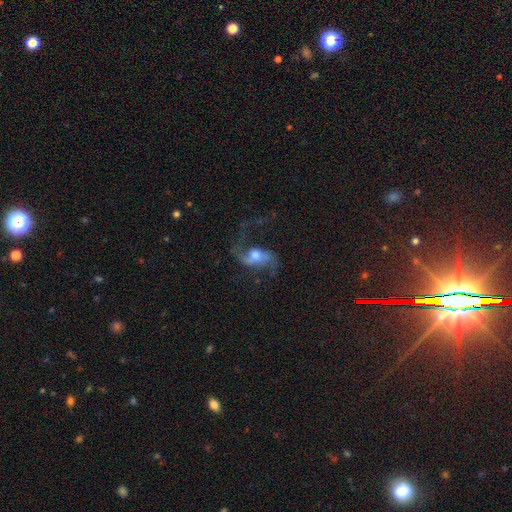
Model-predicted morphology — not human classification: smooth-or-featured: featured or disk: 81% | smooth: 12% | star or artifact: 7%
  disk-edge-on: no: 95% | yes: 5%
    bar: weak: 40% (tied) | no: 40% (tied) | strong: 20%
    has-spiral-arms: yes: 93% | no: 7%
      spiral-winding: loose: 76% | medium: 20% | tight: 4%
      spiral-arm-count: 2: 88% | 1: 6% | can't tell: 3% | 3: 2% | 4: 1% | more than 4: 1%
    bulge-size: moderate: 61% | small: 18% | large: 16% | none: 3% | dominant: 2%
  merging: none: 53% | major disturbance: 28% | minor disturbance: 16% | merger: 3%